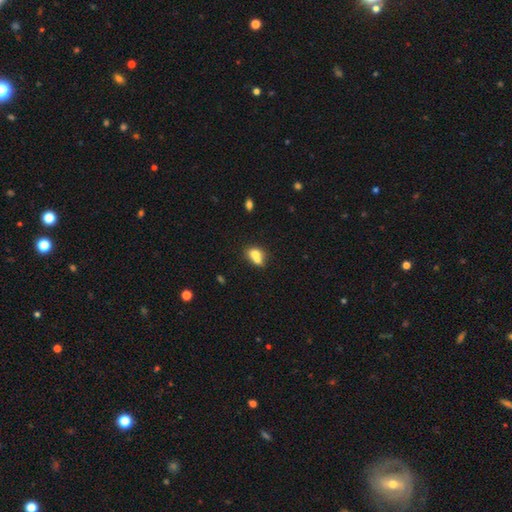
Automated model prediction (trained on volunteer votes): Smooth or featured? smooth (69%)
How rounded? in between (56%)
Merging? merger (61%)